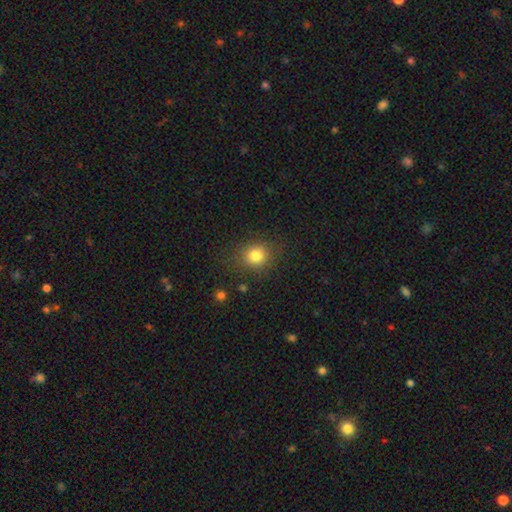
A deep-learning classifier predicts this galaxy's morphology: A smooth galaxy with no disk features (80%) that is round (76%). Merging: none (82%).